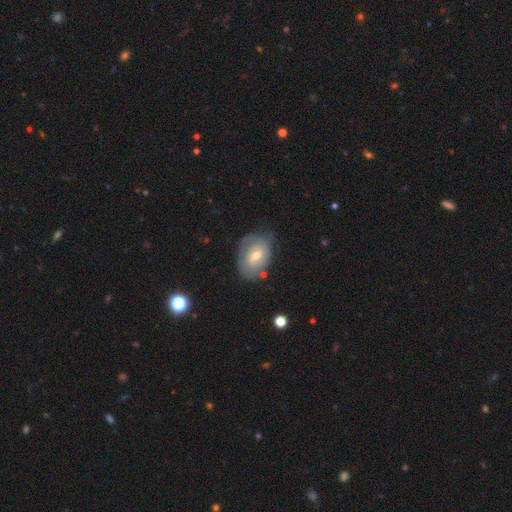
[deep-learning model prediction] smooth_or_featured: featured or disk (p=0.60) [alt: smooth p=0.32]
disk_edge_on: no (p=0.95) [alt: yes p=0.05]
bar: weak (p=0.48) [alt: no p=0.43]
has_spiral_arms: yes (p=0.73) [alt: no p=0.27]
bulge_size: moderate (p=0.57) [alt: small p=0.38]
merging: none (p=0.62) [alt: minor disturbance p=0.26]